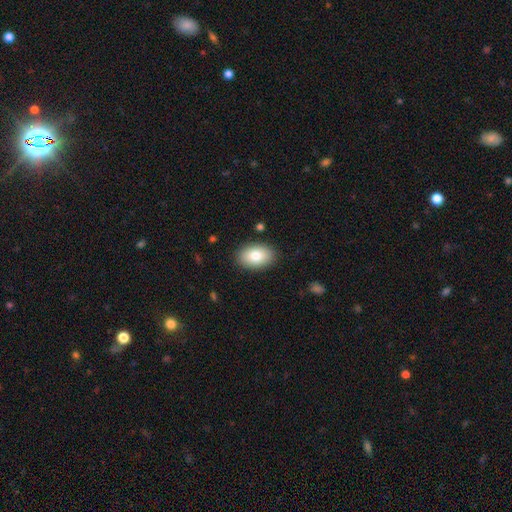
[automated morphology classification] Q: Smooth or featured?
A: smooth (80%); runner-up: featured or disk (13%)
Q: How rounded?
A: in between (90%); runner-up: round (9%)
Q: Merging?
A: none (88%); runner-up: minor disturbance (9%)